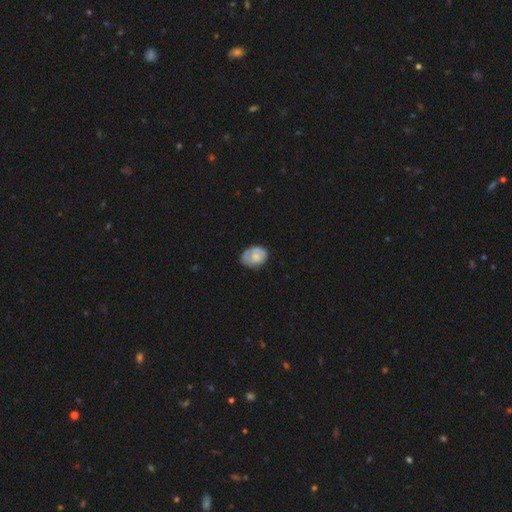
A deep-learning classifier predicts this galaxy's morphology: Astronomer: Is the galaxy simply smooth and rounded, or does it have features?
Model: smooth — 61%.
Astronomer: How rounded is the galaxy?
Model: in between — 66%.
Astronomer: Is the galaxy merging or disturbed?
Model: none — 58%.